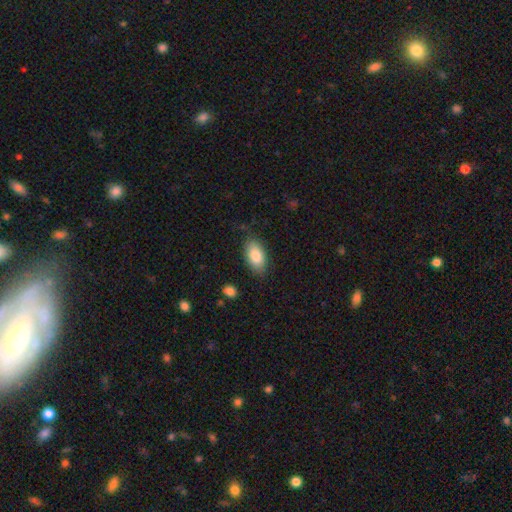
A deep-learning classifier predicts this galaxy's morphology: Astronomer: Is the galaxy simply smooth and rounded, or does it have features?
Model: smooth — 82%.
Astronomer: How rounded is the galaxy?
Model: in between — 93%.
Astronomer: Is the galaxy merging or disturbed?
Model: none — 81%.